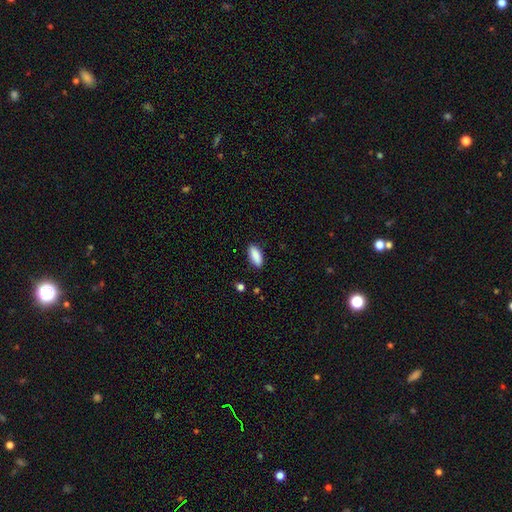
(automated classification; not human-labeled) Smooth or featured? smooth (89%)
How rounded? in between (81%)
Merging? none (88%)